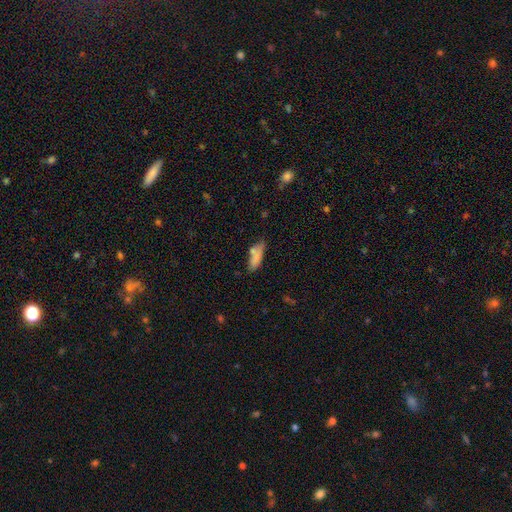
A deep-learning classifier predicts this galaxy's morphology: Smooth or featured?
  - smooth: 78% *
  - featured or disk: 14%
  - star or artifact: 8%
How rounded?
  - in between: 57% *
  - cigar-shaped: 41%
  - round: 2%
Merging?
  - none: 56% *
  - minor disturbance: 23%
  - merger: 13%
  - major disturbance: 7%